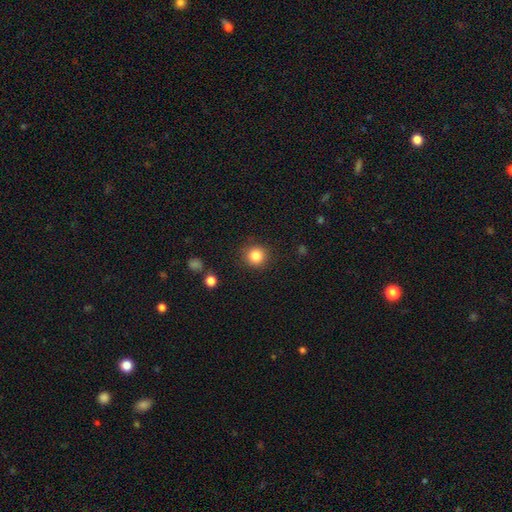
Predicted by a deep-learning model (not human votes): Smooth or featured?
  - smooth: 84% *
  - star or artifact: 11%
  - featured or disk: 5%
How rounded?
  - round: 93% *
  - in between: 6%
  - cigar-shaped: 1%
Merging?
  - none: 89% *
  - minor disturbance: 7%
  - major disturbance: 3%
  - merger: 1%